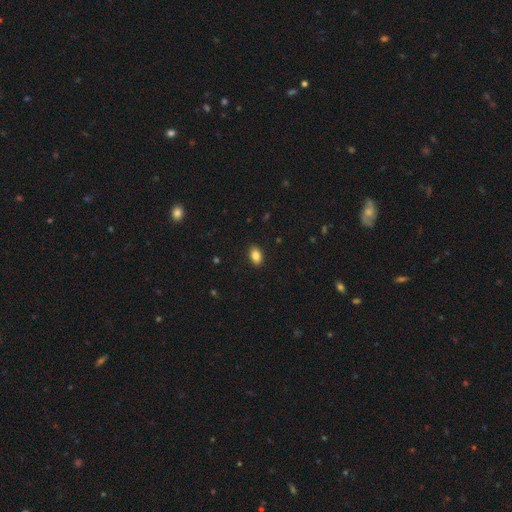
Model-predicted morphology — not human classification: Smooth or featured? Predicted: smooth (p=0.87). How rounded? Predicted: in between (p=0.88). Merging? Predicted: none (p=0.89).